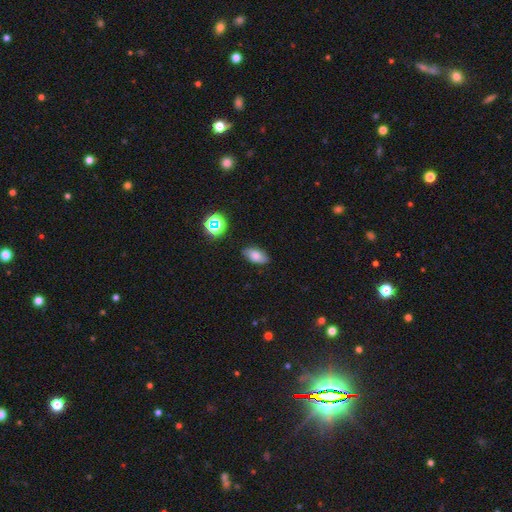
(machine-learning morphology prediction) smooth 72%, featured or disk 16%, star or artifact 12%. Down the decision tree: how rounded — in between (91%); merging — none (82%).